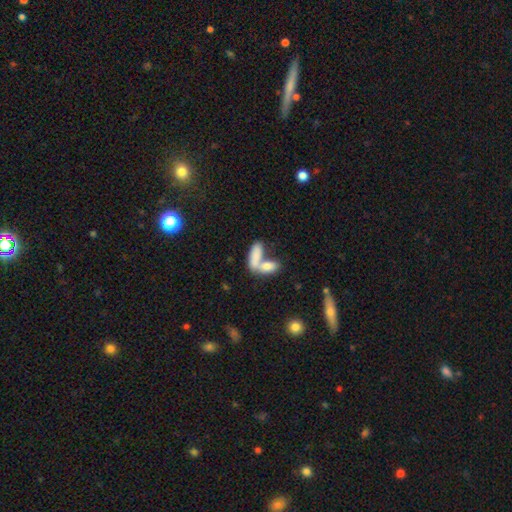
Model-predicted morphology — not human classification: A smooth galaxy with no disk features (80%) that is in between round and cigar-shaped (76%).

Vote fractions:
- Smooth or featured? smooth: 80% / featured or disk: 13% / star or artifact: 7%
- How rounded? in between: 76% / cigar-shaped: 21% / round: 3%
- Merging? merger: 65% / none: 22% / minor disturbance: 7% / major disturbance: 5%